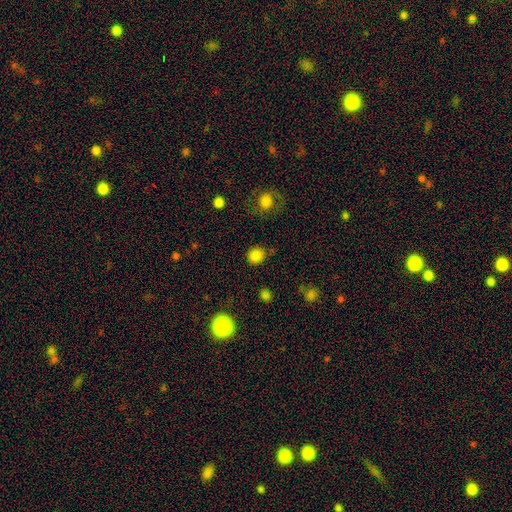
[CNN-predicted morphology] smooth-or-featured: smooth: 83% | star or artifact: 13% | featured or disk: 4%
  how-rounded: round: 84% | in between: 15% | cigar-shaped: 1%
  merging: none: 83% | minor disturbance: 10% | major disturbance: 4% | merger: 3%